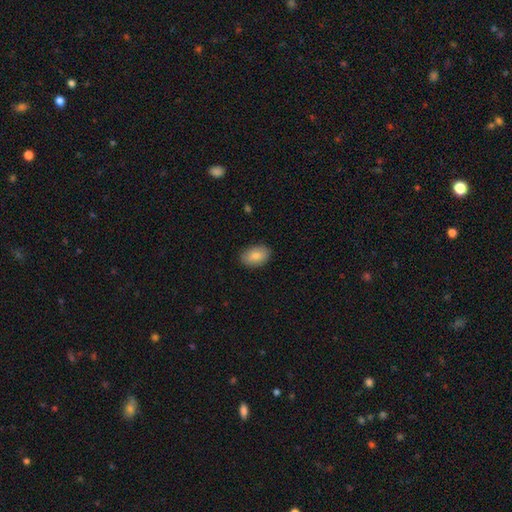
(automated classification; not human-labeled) smooth_or_featured: smooth (p=0.84) [alt: featured or disk p=0.10]
how_rounded: in between (p=0.88) [alt: round p=0.11]
merging: none (p=0.88) [alt: minor disturbance p=0.09]